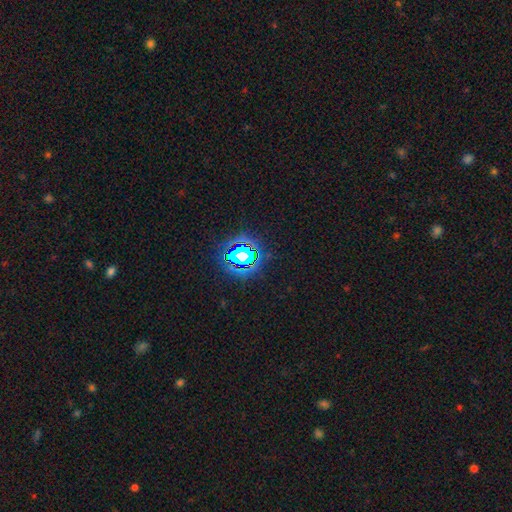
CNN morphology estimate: smooth_or_featured: star or artifact (p=0.78) [alt: smooth p=0.14]